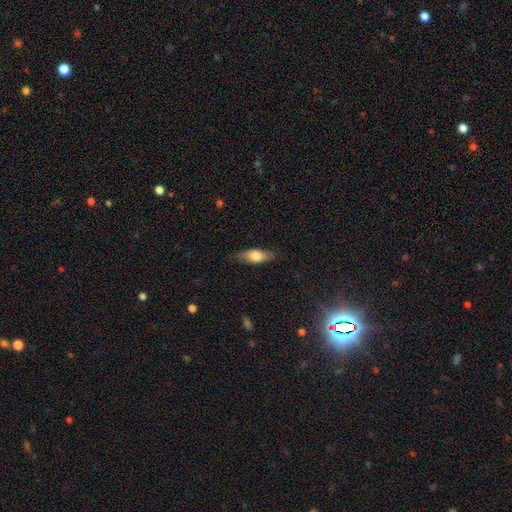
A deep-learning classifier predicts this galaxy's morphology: smooth_or_featured: smooth (p=0.67) [alt: featured or disk p=0.27]
how_rounded: in between (p=0.68) [alt: cigar-shaped p=0.29]
merging: none (p=0.81) [alt: minor disturbance p=0.15]